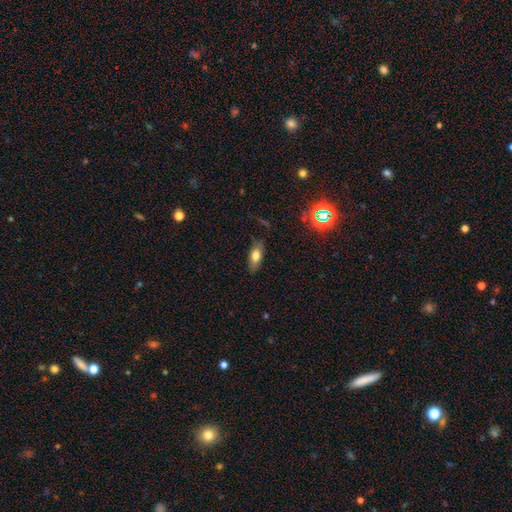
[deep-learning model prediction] Smooth or featured? Predicted: smooth (p=0.72). How rounded? Predicted: in between (p=0.80). Merging? Predicted: none (p=0.78).